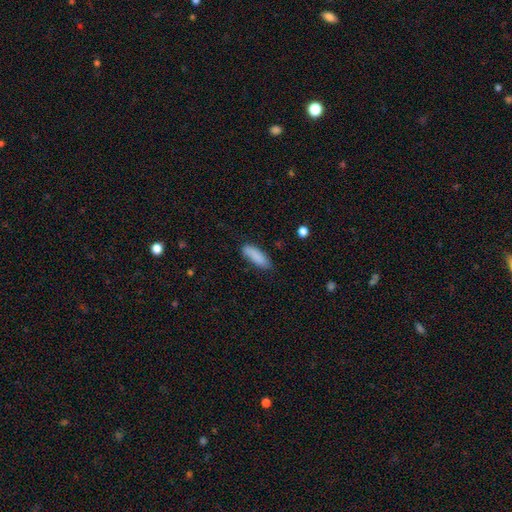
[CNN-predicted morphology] Smooth or featured?
  - smooth: 87% *
  - star or artifact: 7%
  - featured or disk: 6%
How rounded?
  - in between: 60% *
  - cigar-shaped: 38%
  - round: 2%
Merging?
  - none: 77% *
  - minor disturbance: 18%
  - major disturbance: 4%
  - merger: 2%